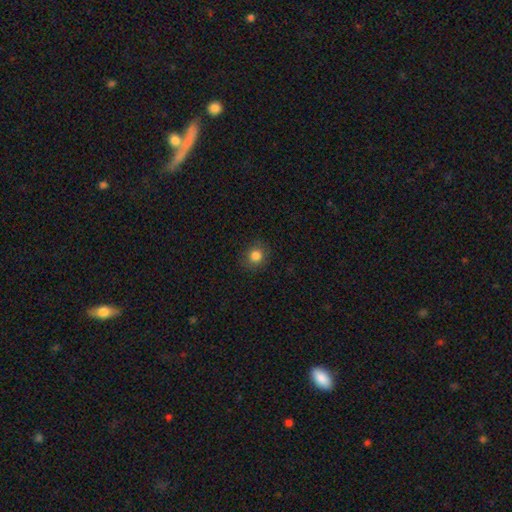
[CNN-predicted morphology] Smooth or featured? smooth (82%)
How rounded? round (84%)
Merging? none (88%)